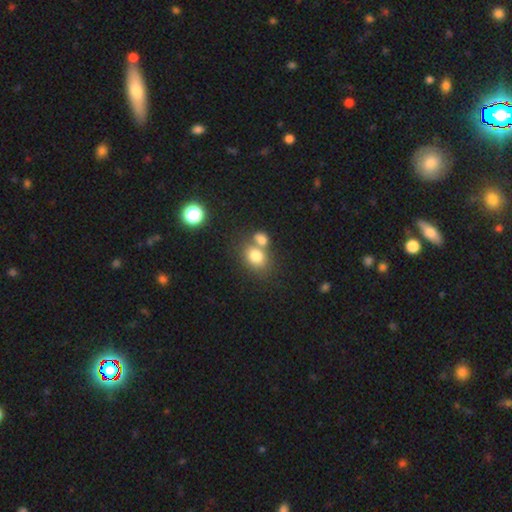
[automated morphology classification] This appears to be a smooth galaxy with no disk features (77%) that is in between round and cigar-shaped (54%). Merging: merger (43%, tied with none).